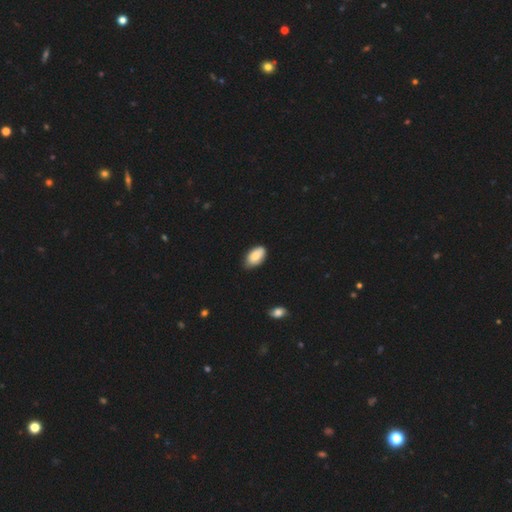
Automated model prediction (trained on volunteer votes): This appears to be a smooth galaxy with no disk features (83%) that is in between round and cigar-shaped (94%). Merging: none (71%).